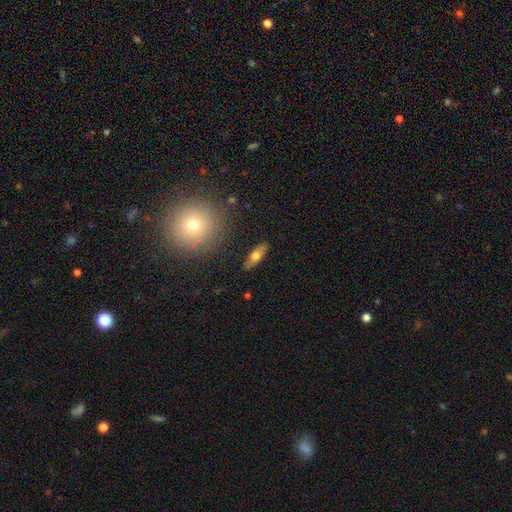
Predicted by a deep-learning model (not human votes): Smooth or featured?
  - smooth: 58% *
  - featured or disk: 35%
  - star or artifact: 7%
How rounded?
  - in between: 56% *
  - cigar-shaped: 40%
  - round: 4%
Merging?
  - none: 87% *
  - minor disturbance: 9%
  - major disturbance: 2%
  - merger: 2%